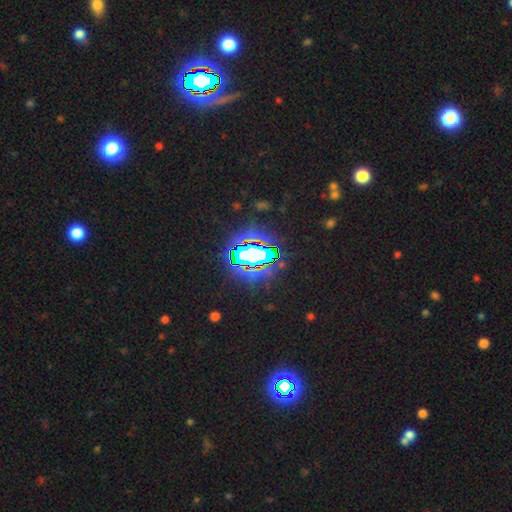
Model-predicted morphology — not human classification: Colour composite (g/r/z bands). It shows a star or artifact, not a galaxy (70%).